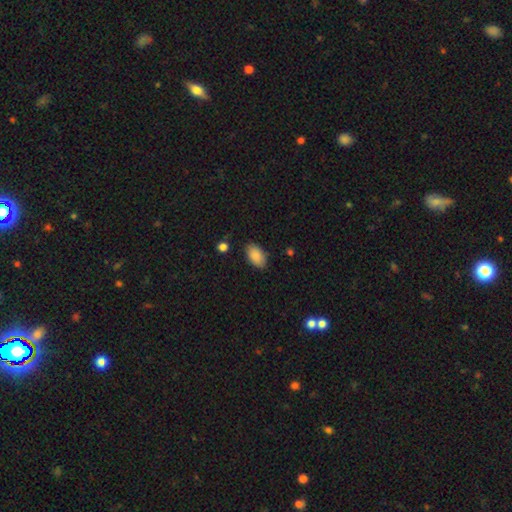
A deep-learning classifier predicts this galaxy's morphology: A smooth galaxy with no disk features (88%) that is in between round and cigar-shaped (93%).

Vote fractions:
- Smooth or featured? smooth: 88% / star or artifact: 7% / featured or disk: 5%
- How rounded? in between: 93% / round: 5% / cigar-shaped: 2%
- Merging? none: 83% / minor disturbance: 13% / major disturbance: 3% / merger: 2%